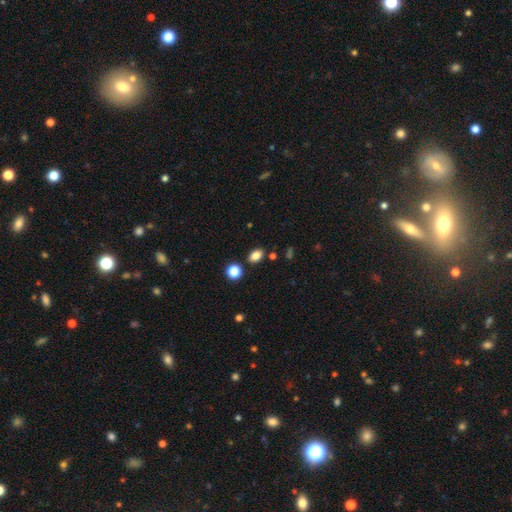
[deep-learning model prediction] smooth-or-featured: smooth: 84% | star or artifact: 11% | featured or disk: 5%
  how-rounded: in between: 79% | round: 19% | cigar-shaped: 2%
  merging: none: 83% | minor disturbance: 9% | merger: 5% | major disturbance: 2%